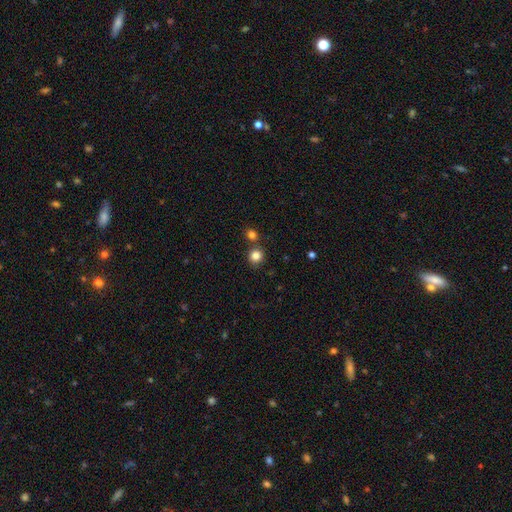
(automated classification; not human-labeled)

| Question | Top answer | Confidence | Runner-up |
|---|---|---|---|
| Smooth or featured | smooth | 83% | star or artifact (12%) |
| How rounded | round | 89% | in between (10%) |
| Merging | none | 75% | merger (14%) |